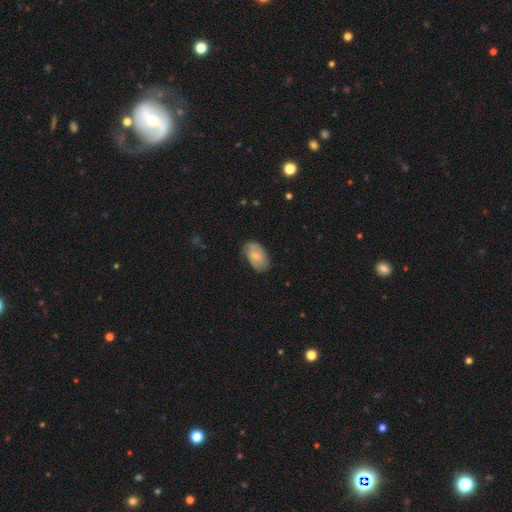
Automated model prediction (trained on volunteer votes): Smooth or featured? featured or disk (50%)
Merging? none (70%)